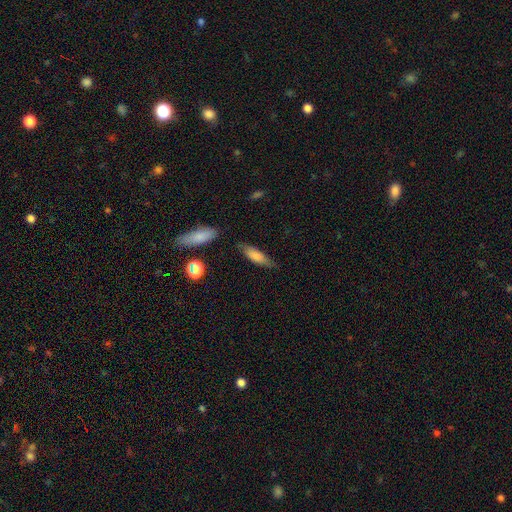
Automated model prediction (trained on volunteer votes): A smooth galaxy with no disk features (75%) that is cigar-shaped (52%). Merging: none (73%).